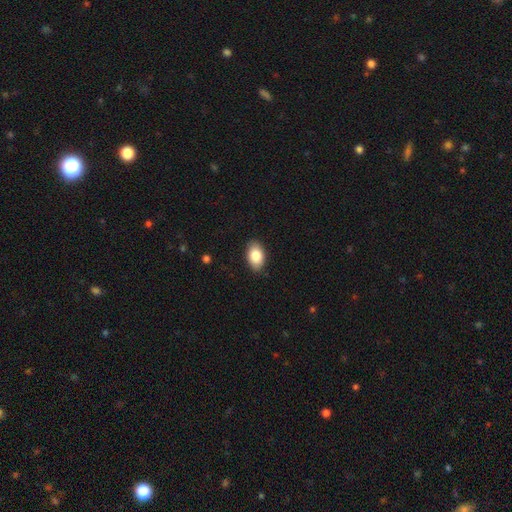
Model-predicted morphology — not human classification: type=smooth (84%); roundness=in between (91%); merging=none (88%).